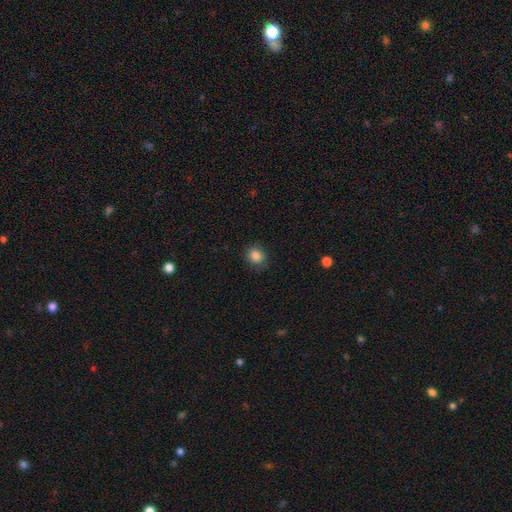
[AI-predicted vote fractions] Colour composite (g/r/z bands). It shows a smooth galaxy with no disk features (86%) that is round (77%). Merging: none (84%).